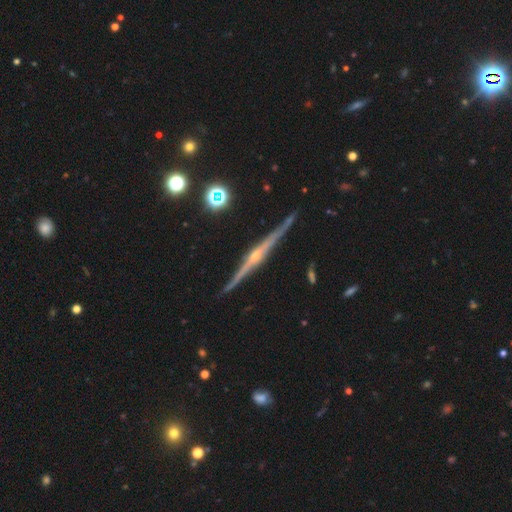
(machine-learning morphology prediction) Overall: featured or disk (89%). Edge-on disk: yes (99%). Edge-on bulge: rounded (87%). Merging: none (92%).